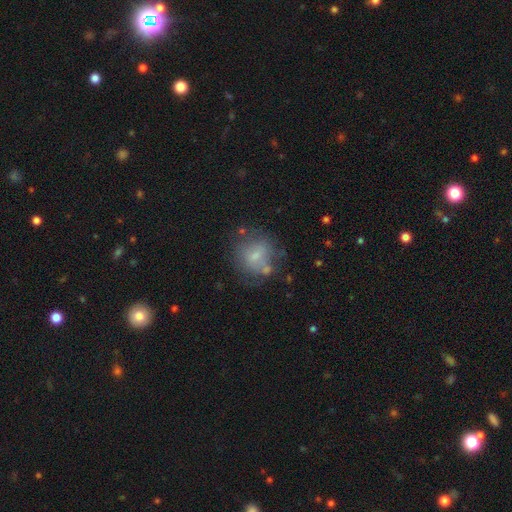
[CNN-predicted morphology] type=smooth (62%); roundness=round (74%); merging=none (56%).